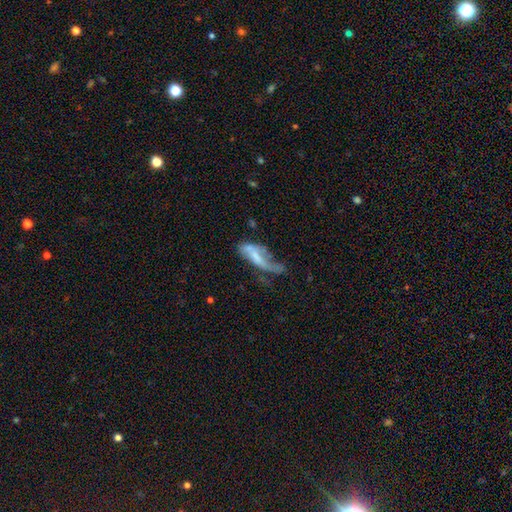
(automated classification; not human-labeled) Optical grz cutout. It shows a featured or disk galaxy (47%). Merging: major disturbance (45%).